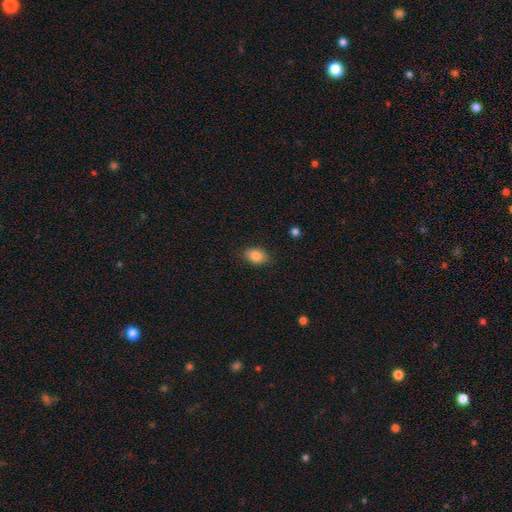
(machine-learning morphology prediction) The model was most divided on "merging": none: 84%, minor disturbance: 12%, major disturbance: 3%, merger: 1%. More confident: how rounded — in between (86%); smooth or featured — smooth (86%).